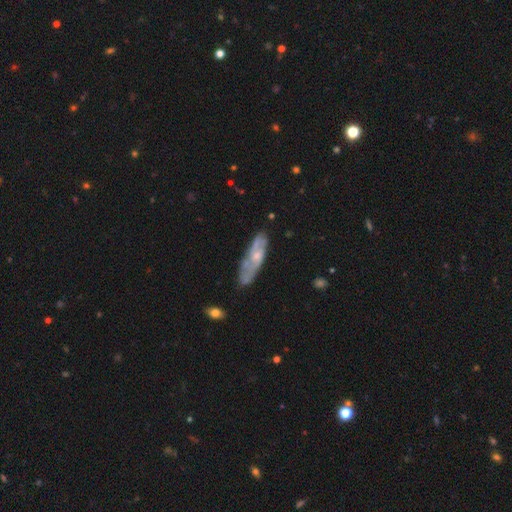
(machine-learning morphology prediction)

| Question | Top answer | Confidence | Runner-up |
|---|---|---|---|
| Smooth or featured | featured or disk | 62% | smooth (32%) |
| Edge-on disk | no | 73% | yes (27%) |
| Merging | none | 69% | minor disturbance (22%) |